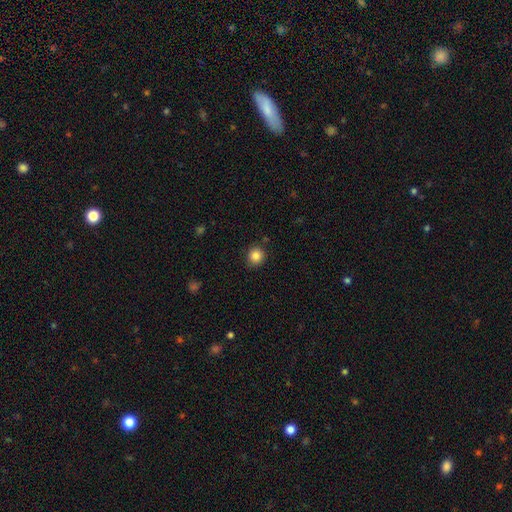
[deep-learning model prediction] smooth-or-featured: smooth: 86% | star or artifact: 10% | featured or disk: 4%
  how-rounded: round: 90% | in between: 9% | cigar-shaped: 1%
  merging: none: 88% | minor disturbance: 8% | major disturbance: 2% | merger: 2%